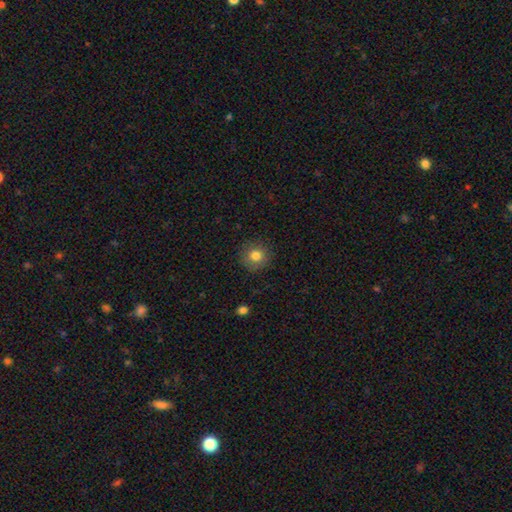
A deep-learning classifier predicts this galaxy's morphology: Smooth or featured? smooth (81%)
How rounded? round (92%)
Merging? none (88%)